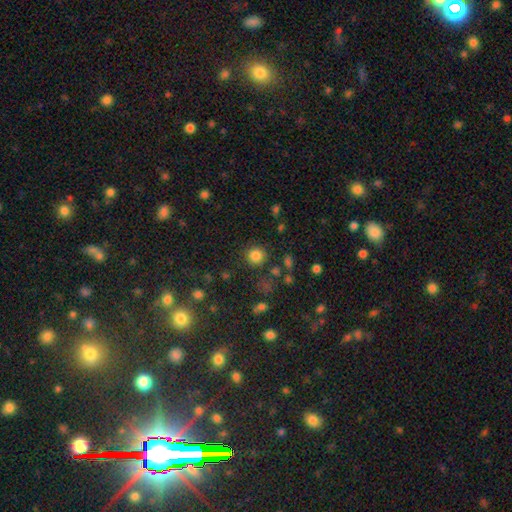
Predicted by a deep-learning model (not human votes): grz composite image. It shows a smooth galaxy with no disk features (82%) that is round (92%). Merging: none (85%).